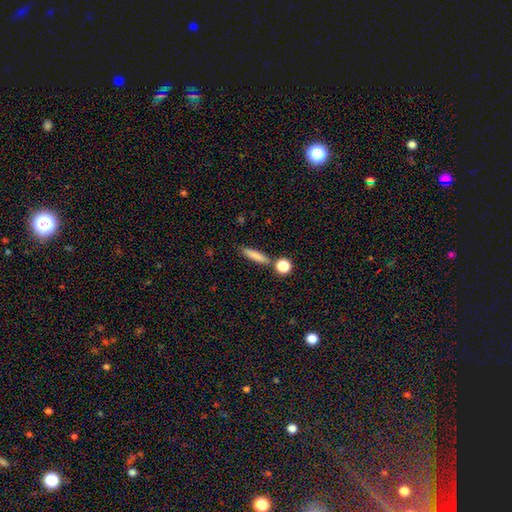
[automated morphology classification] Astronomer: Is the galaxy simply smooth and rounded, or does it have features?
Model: smooth — 81%.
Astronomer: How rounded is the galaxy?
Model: cigar-shaped — 81%.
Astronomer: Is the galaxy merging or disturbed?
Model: none — 77%.